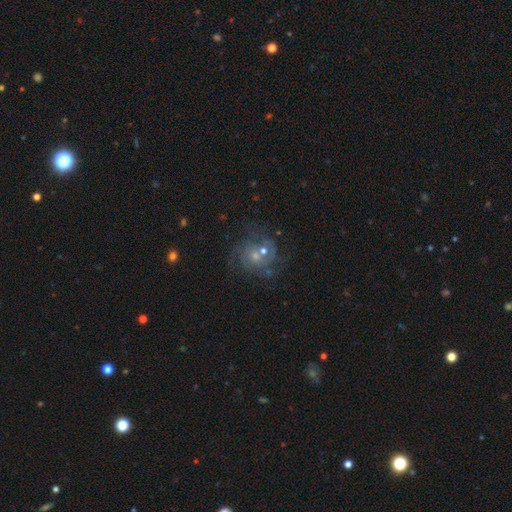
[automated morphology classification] smooth-or-featured: featured or disk: 64% | star or artifact: 18% | smooth: 18%
  disk-edge-on: no: 98% | yes: 2%
    bar: no: 74% | weak: 22% | strong: 4%
    has-spiral-arms: yes: 85% | no: 15%
      spiral-winding: tight: 46% | medium: 40% | loose: 14%
      spiral-arm-count: can't tell: 40% | 2: 20% | 3: 19% | 4: 9% | 1: 7% | more than 4: 6%
    bulge-size: moderate: 46% | small: 44% | none: 5% | large: 4% | dominant: 2%
  merging: none: 59% | merger: 17% | minor disturbance: 13% | major disturbance: 11%